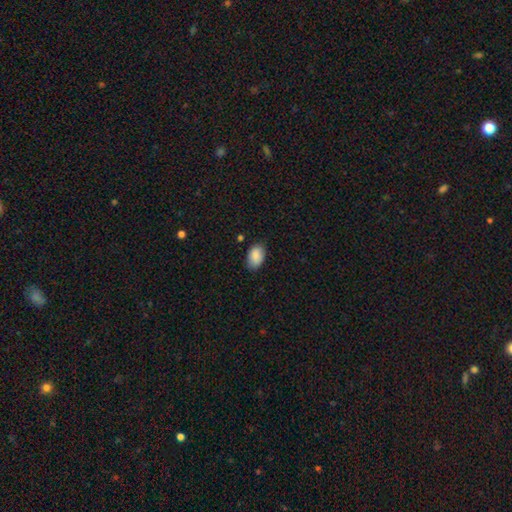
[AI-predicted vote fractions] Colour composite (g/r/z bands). It shows a smooth galaxy with no disk features (89%) that is in between round and cigar-shaped (91%). Merging: none (81%).